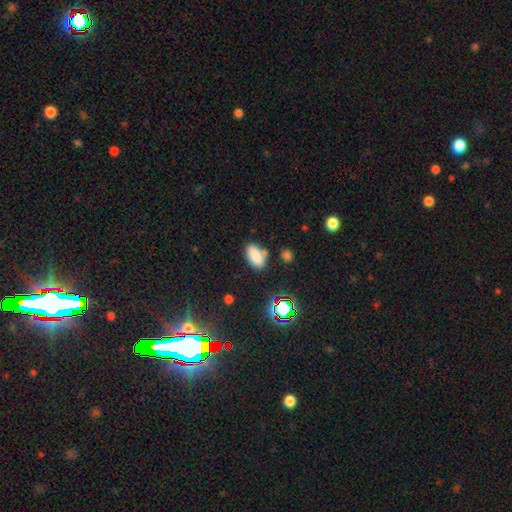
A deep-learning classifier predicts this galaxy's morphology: Smooth or featured? Predicted: smooth (p=0.83). How rounded? Predicted: in between (p=0.92). Merging? Predicted: none (p=0.74).